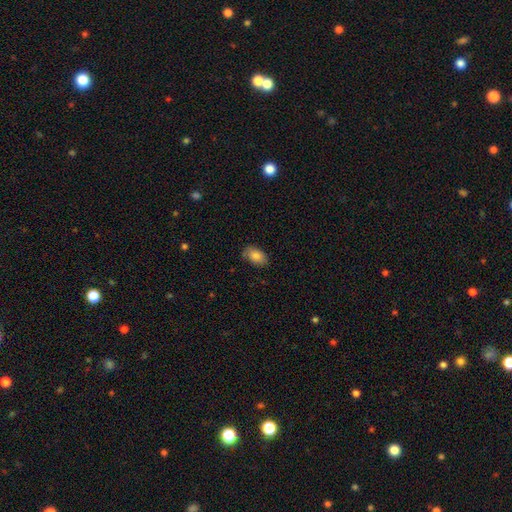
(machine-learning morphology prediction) Smooth or featured: smooth — 83% (featured or disk — 9%)
How rounded: in between — 89% (round — 9%)
Merging: none — 78% (minor disturbance — 18%)